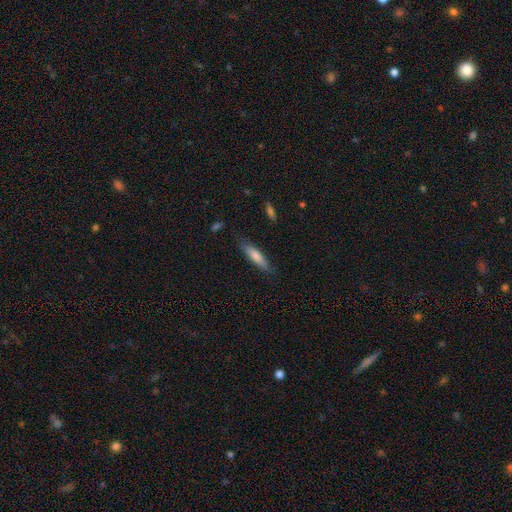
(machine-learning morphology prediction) The model was most divided on "smooth or featured": smooth: 67%, featured or disk: 26%, star or artifact: 7%. More confident: merging — none (84%); how rounded — cigar-shaped (81%).